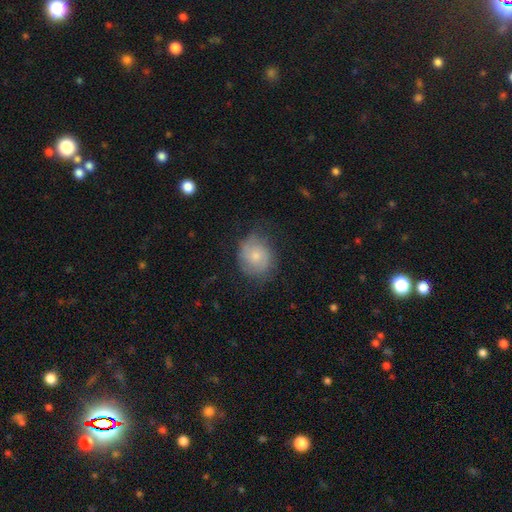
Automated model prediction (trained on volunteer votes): This is possibly a smooth galaxy (52%). How rounded: likely round (72%). Merging: likely none (66%).